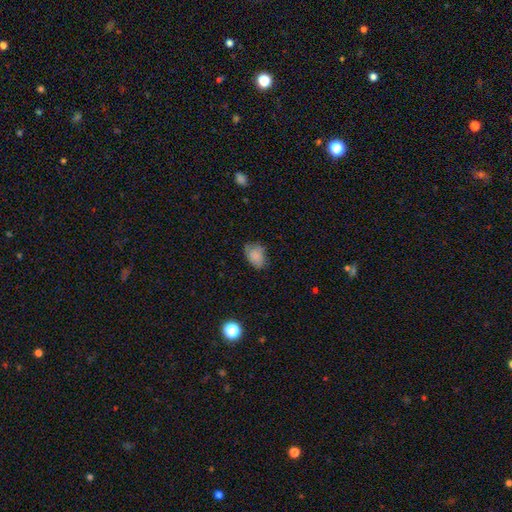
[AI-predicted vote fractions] This appears to be a smooth galaxy with no disk features (83%) that is in between round and cigar-shaped (79%). Merging: none (65%).